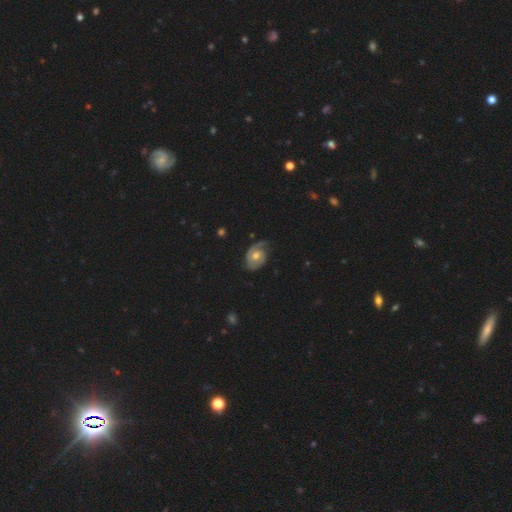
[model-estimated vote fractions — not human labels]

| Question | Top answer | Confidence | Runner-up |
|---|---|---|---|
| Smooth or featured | featured or disk | 73% | smooth (20%) |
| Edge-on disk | no | 97% | yes (3%) |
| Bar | no | 65% | weak (29%) |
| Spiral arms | yes | 91% | no (9%) |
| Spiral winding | tight | 50% | medium (34%) |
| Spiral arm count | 2 | 46% | 1 (40%) |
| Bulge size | moderate | 70% | small (18%) |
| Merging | none | 62% | minor disturbance (25%) |